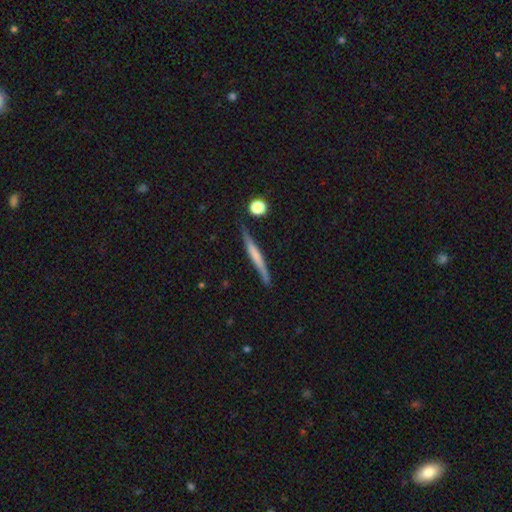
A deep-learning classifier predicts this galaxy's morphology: Smooth or featured: smooth — 47% (tied with featured or disk — 47%)
Merging: none — 83% (minor disturbance — 12%)